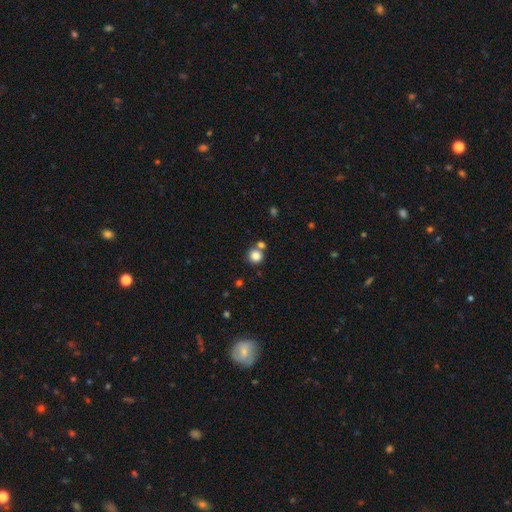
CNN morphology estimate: Smooth or featured? Predicted: smooth (p=0.83). How rounded? Predicted: round (p=0.91). Merging? Predicted: none (p=0.67).